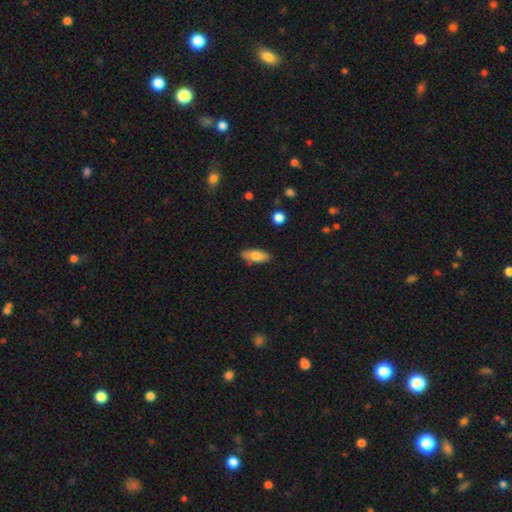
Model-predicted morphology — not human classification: Smooth or featured: smooth — 74% (featured or disk — 19%)
How rounded: in between — 82% (cigar-shaped — 16%)
Merging: none — 84% (minor disturbance — 12%)